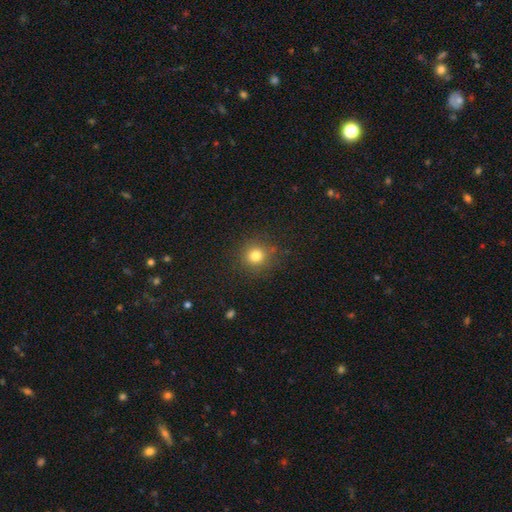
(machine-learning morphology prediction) Overall: smooth (80%). How rounded: round (90%). Merging: none (87%).